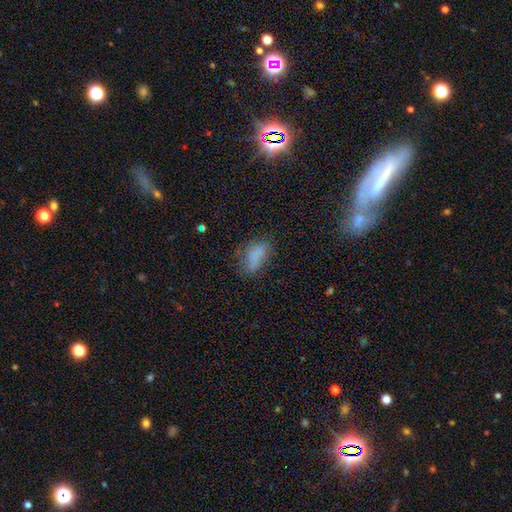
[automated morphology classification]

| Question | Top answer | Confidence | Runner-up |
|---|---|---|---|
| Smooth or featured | smooth | 73% | featured or disk (14%) |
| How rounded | in between | 87% | cigar-shaped (8%) |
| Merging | none | 49% | minor disturbance (29%) |